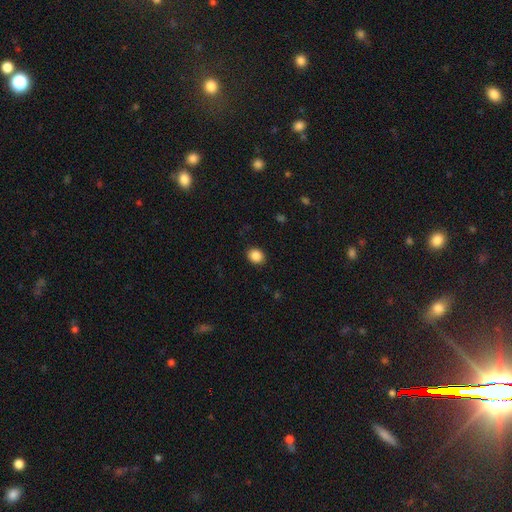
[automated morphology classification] This appears to be a smooth galaxy with no disk features (87%) that is round (57%). Merging: none (90%).